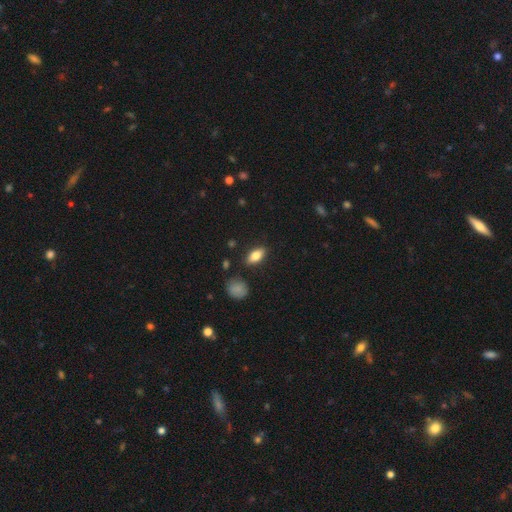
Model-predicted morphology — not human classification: A smooth galaxy with no disk features (77%) that is in between round and cigar-shaped (85%).

Vote fractions:
- Smooth or featured? smooth: 77% / featured or disk: 16% / star or artifact: 8%
- How rounded? in between: 85% / cigar-shaped: 10% / round: 5%
- Merging? none: 86% / minor disturbance: 10% / major disturbance: 3% / merger: 2%